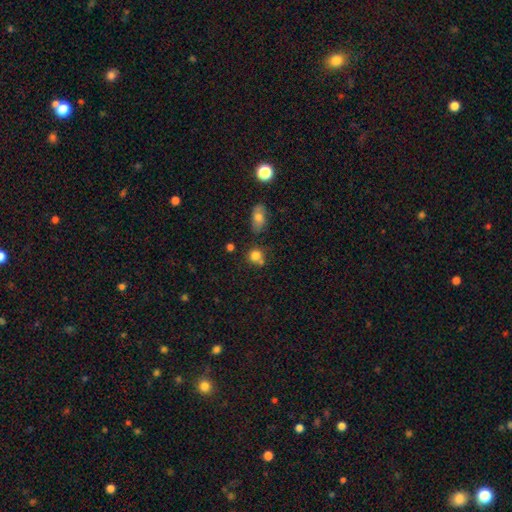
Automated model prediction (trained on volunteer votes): A smooth galaxy with no disk features (81%) that is round (77%).

Vote fractions:
- Smooth or featured? smooth: 81% / star or artifact: 12% / featured or disk: 7%
- How rounded? round: 77% / in between: 22% / cigar-shaped: 1%
- Merging? none: 60% / merger: 19% / minor disturbance: 16% / major disturbance: 5%